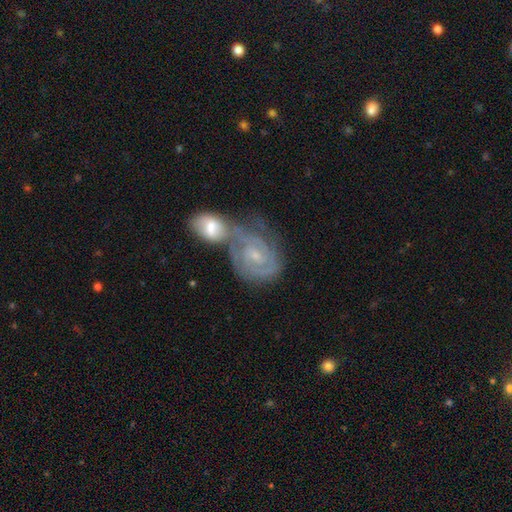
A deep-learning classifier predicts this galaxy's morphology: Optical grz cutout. It shows a featured or disk galaxy (82%) with no bar (50%), 2 (52%) tight (66%) spiral arms (95%) and a small central bulge (64%). Merging: merger (63%).